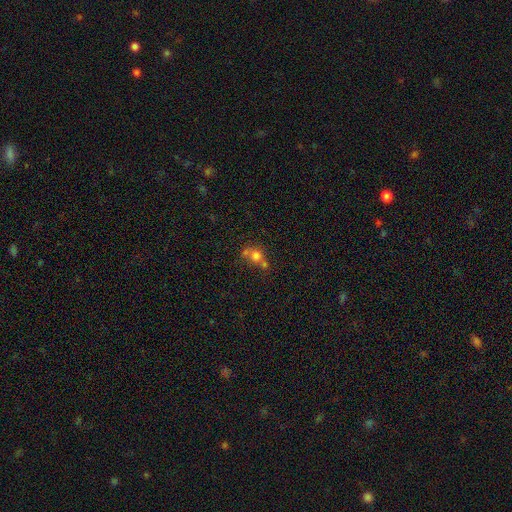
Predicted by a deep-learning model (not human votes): The model was most divided on "merging": merger: 46%, none: 38%, minor disturbance: 10%, major disturbance: 6%. More confident: how rounded — round (78%); smooth or featured — smooth (70%).